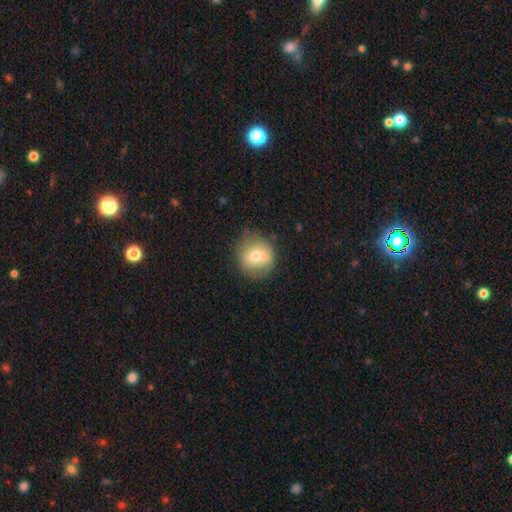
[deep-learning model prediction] Smooth or featured? Predicted: smooth (p=0.67). How rounded? Predicted: round (p=0.87). Merging? Predicted: none (p=0.74).